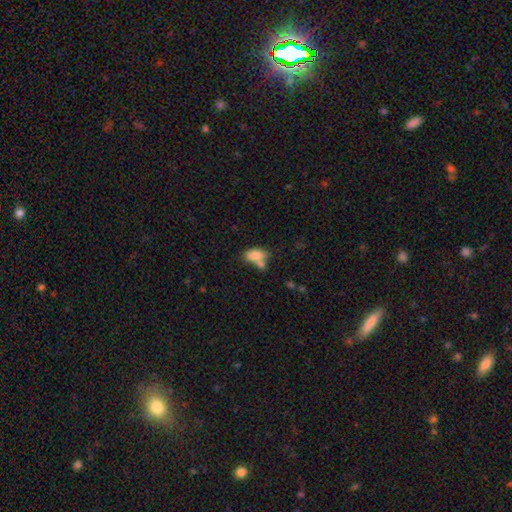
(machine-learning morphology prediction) smooth_or_featured: smooth (p=0.80) [alt: featured or disk p=0.12]
how_rounded: in between (p=0.89) [alt: round p=0.06]
merging: none (p=0.40) [alt: merger p=0.38]